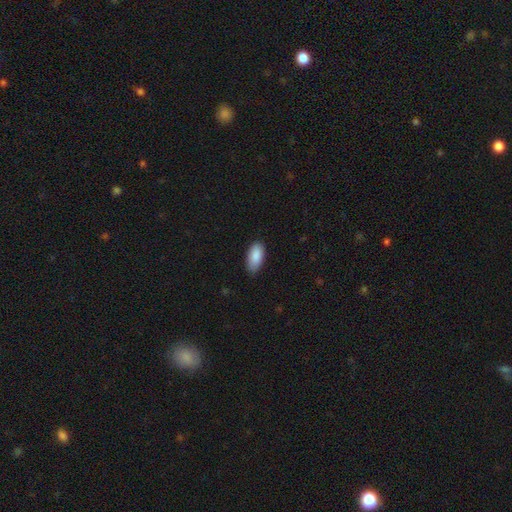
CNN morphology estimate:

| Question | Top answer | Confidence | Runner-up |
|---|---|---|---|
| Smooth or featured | smooth | 90% | star or artifact (6%) |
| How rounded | in between | 92% | cigar-shaped (6%) |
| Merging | none | 83% | minor disturbance (14%) |